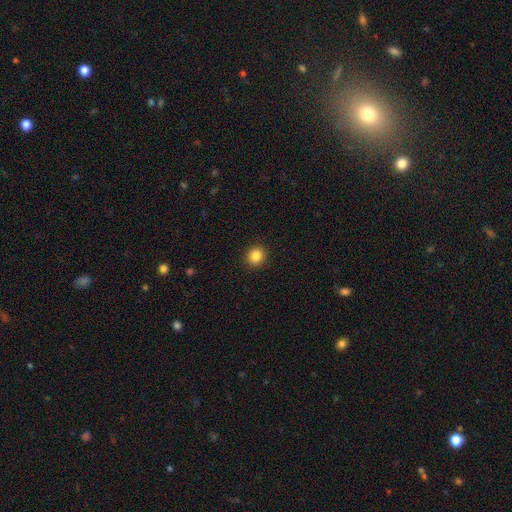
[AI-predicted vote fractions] This is clearly a smooth galaxy (85%). How rounded: clearly round (88%). Merging: clearly none (92%).